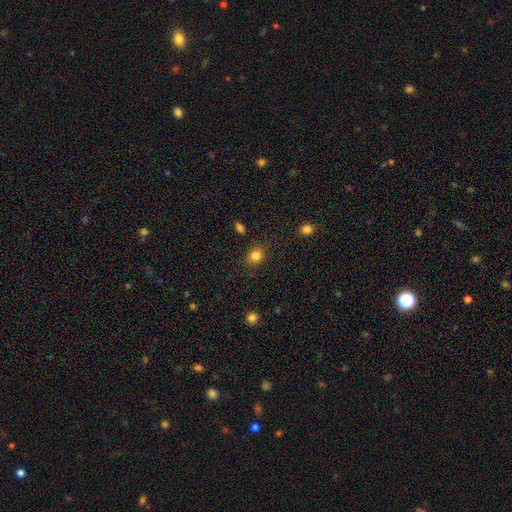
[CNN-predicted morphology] Overall: smooth (84%). How rounded: round (67%; in between 32%). Merging: none (85%).